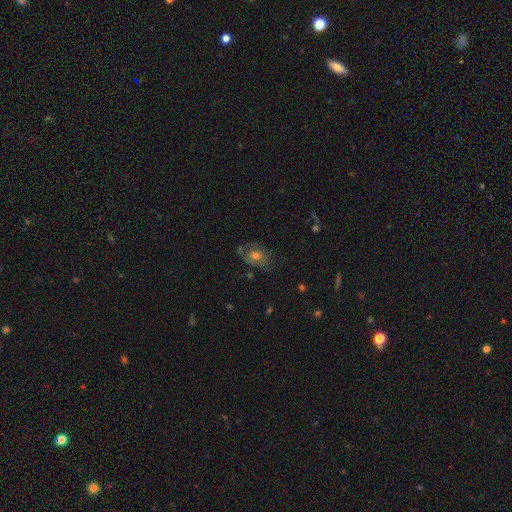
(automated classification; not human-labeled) smooth_or_featured: featured or disk (p=0.49) [alt: smooth p=0.38]
merging: none (p=0.57) [alt: minor disturbance p=0.24]